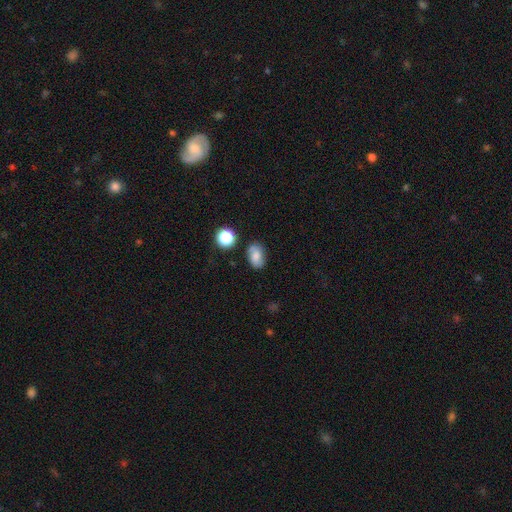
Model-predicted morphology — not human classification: type=smooth (67%); roundness=in between (82%); merging=none (74%).